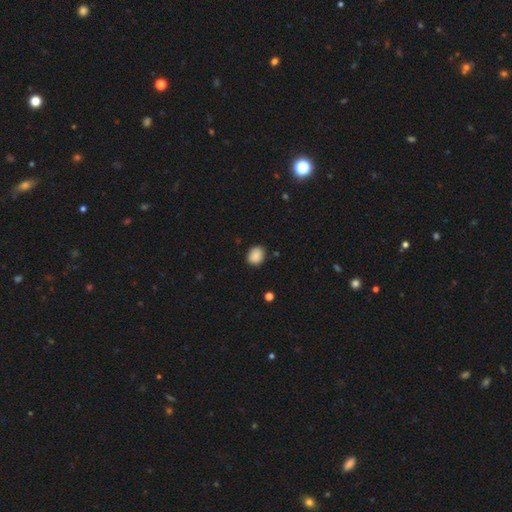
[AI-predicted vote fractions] This is clearly a smooth galaxy (88%). How rounded: possibly round (53%). Merging: clearly none (84%).